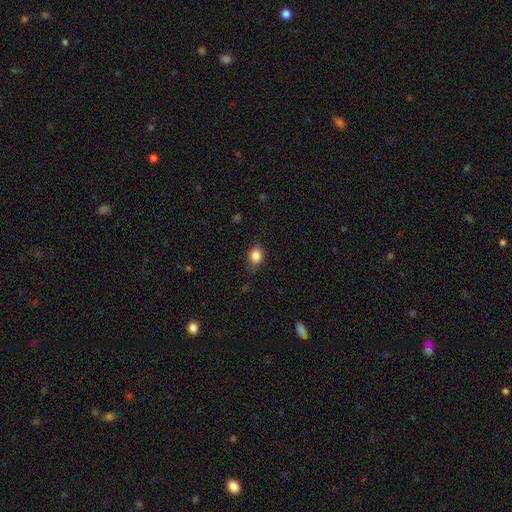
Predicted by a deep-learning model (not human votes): Overall: smooth (85%). How rounded: in between (62%; round 36%). Merging: none (76%).